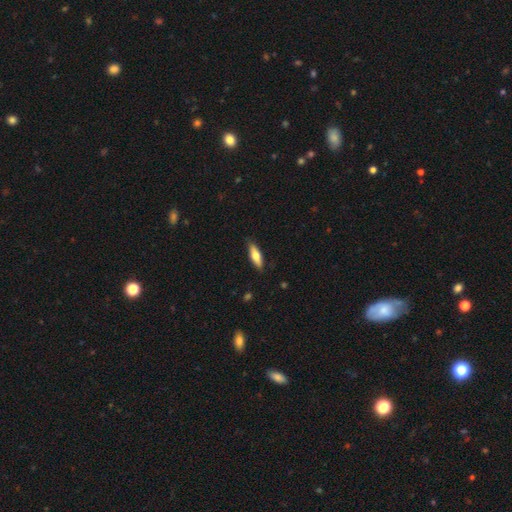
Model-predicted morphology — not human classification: Overall: smooth (65%; featured or disk 30%). How rounded: cigar-shaped (50%; in between 48%). Merging: none (86%).